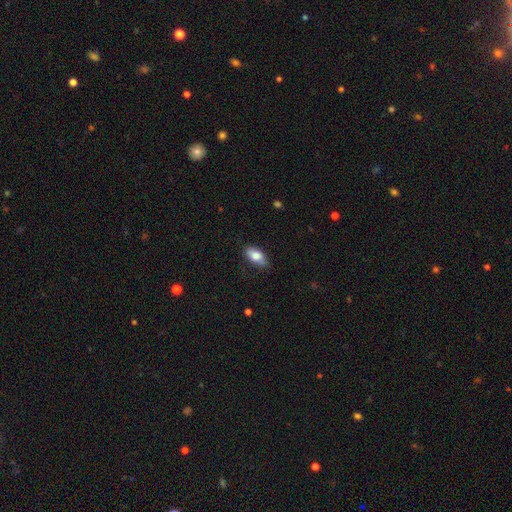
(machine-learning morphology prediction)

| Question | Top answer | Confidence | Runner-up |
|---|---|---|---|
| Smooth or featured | smooth | 78% | featured or disk (16%) |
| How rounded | in between | 88% | cigar-shaped (8%) |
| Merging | none | 77% | minor disturbance (19%) |